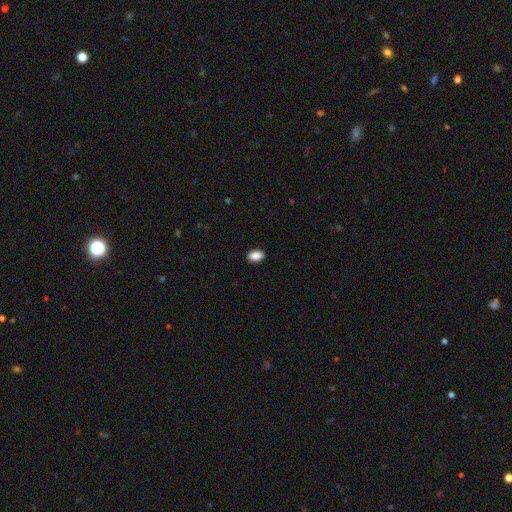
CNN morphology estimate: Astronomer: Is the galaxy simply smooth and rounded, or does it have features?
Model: smooth — 90%.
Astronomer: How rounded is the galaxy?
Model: in between — 91%.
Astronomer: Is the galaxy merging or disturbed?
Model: none — 90%.